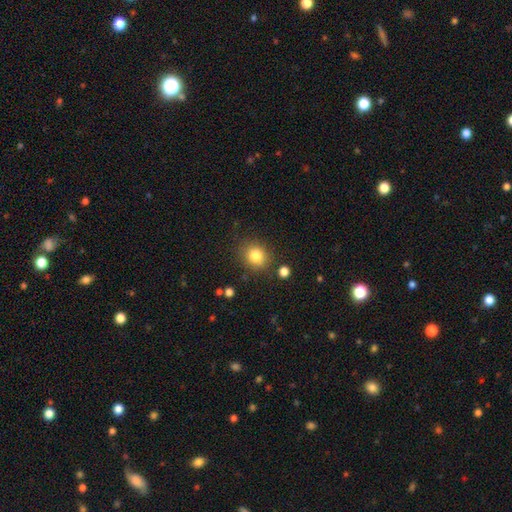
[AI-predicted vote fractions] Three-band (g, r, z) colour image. It shows a smooth galaxy with no disk features (82%) that is round (80%). Merging: none (81%).